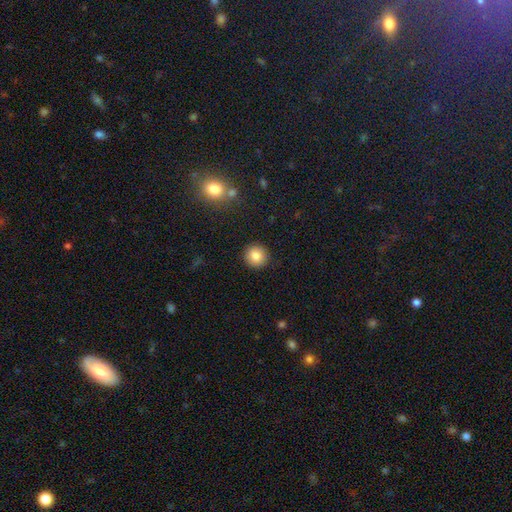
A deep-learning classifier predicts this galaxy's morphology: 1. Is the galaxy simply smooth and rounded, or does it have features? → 85% smooth, 9% star or artifact, 6% featured or disk.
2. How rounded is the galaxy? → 94% round, 6% in between, 1% cigar-shaped.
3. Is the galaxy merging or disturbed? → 92% none, 5% minor disturbance, 2% major disturbance, 1% merger.